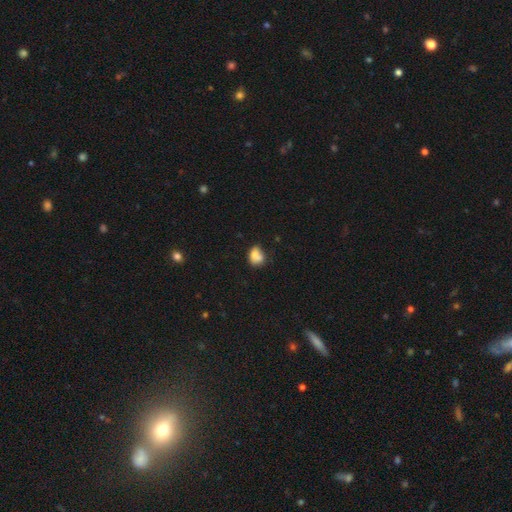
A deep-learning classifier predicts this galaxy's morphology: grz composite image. It shows a smooth galaxy with no disk features (75%) that is in between round and cigar-shaped (51%). Merging: none (37%).